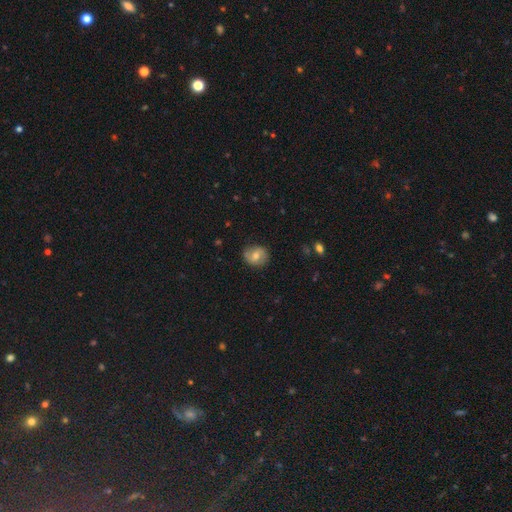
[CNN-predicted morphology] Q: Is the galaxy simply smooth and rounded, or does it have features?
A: smooth — 55%.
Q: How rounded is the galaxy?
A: round — 69%.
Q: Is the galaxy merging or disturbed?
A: none — 78%.